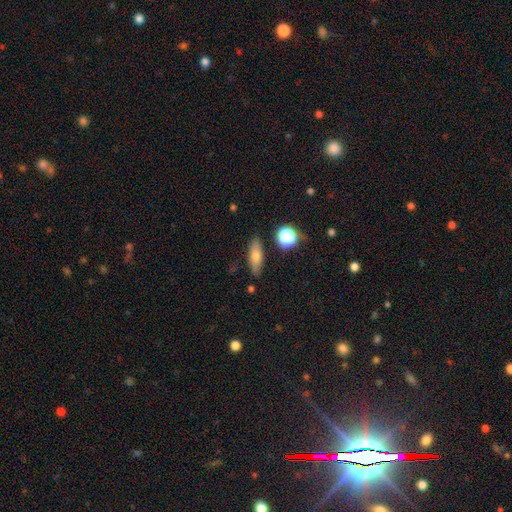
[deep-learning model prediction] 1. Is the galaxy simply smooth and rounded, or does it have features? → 69% smooth, 21% featured or disk, 10% star or artifact.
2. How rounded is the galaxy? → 57% in between, 37% cigar-shaped, 6% round.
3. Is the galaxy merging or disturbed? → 85% none, 10% minor disturbance, 3% merger, 3% major disturbance.